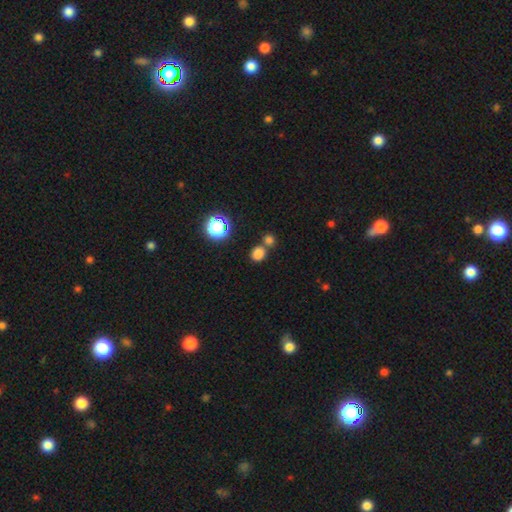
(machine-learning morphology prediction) A smooth galaxy with no disk features (54%) that is round (82%). Merging: none (71%).